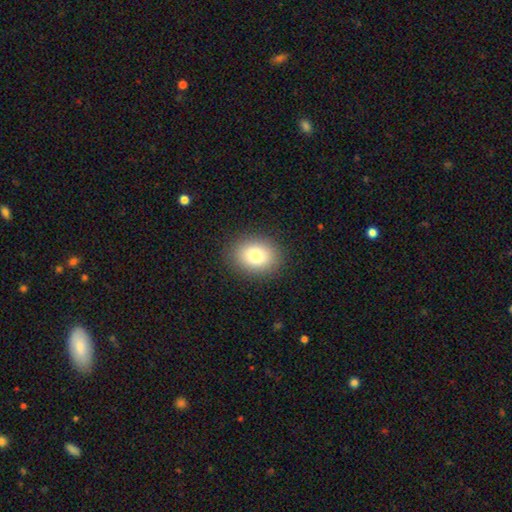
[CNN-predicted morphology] Smooth or featured?
  - smooth: 79% *
  - star or artifact: 11%
  - featured or disk: 10%
How rounded?
  - round: 51% *
  - in between: 48%
  - cigar-shaped: 1%
Merging?
  - none: 89% *
  - minor disturbance: 8%
  - major disturbance: 3%
  - merger: 1%